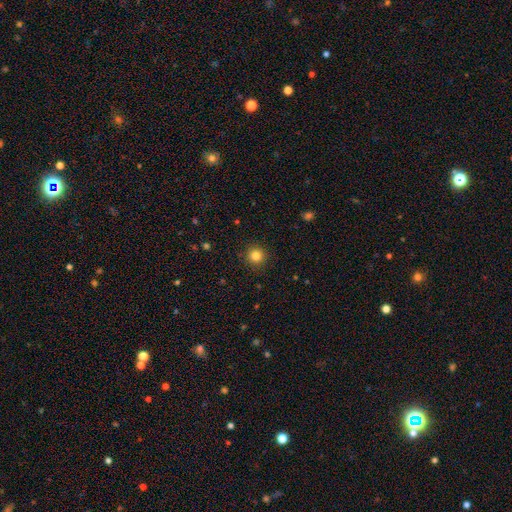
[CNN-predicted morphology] A smooth galaxy with no disk features (82%) that is round (95%). Merging: none (92%).